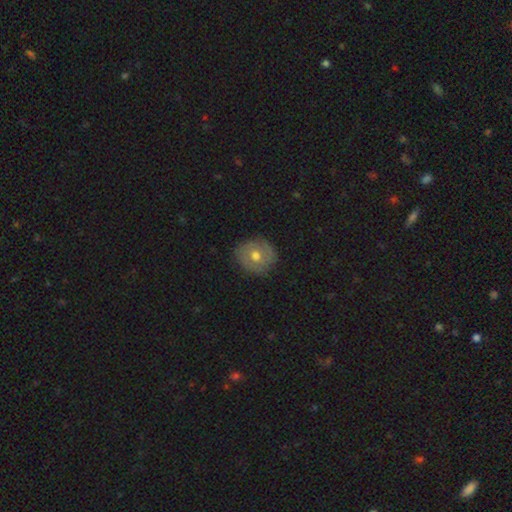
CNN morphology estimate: This appears to be a smooth galaxy with no disk features (46%, tied with featured or disk). Merging: none (81%).